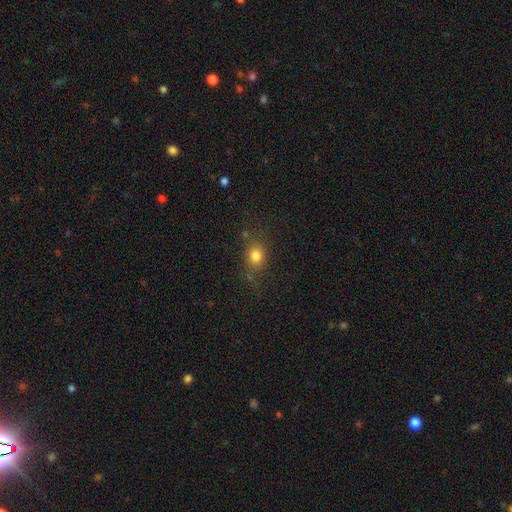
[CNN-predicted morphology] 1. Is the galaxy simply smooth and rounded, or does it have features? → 79% smooth, 13% star or artifact, 8% featured or disk.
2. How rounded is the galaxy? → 58% round, 40% in between, 2% cigar-shaped.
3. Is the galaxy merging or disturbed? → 71% none, 18% minor disturbance, 8% major disturbance, 4% merger.